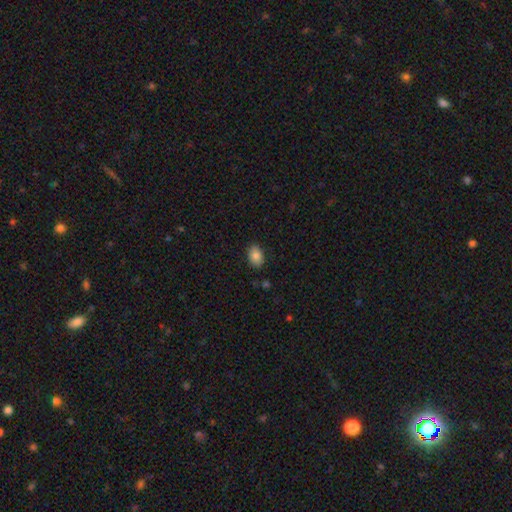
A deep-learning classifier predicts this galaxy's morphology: The model was most divided on "how rounded": in between: 84%, round: 15%, cigar-shaped: 1%. More confident: merging — none (86%); smooth or featured — smooth (85%).